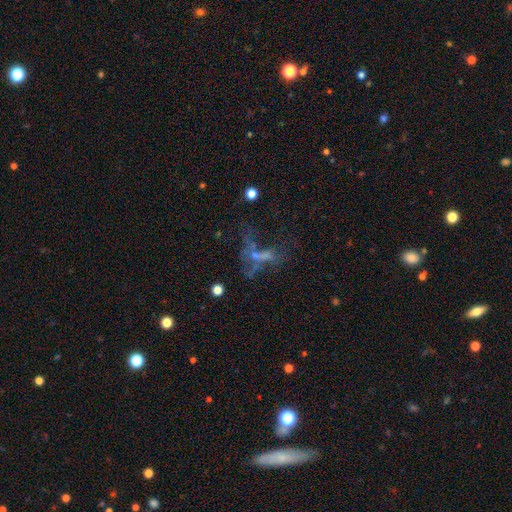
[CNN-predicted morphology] Overall: featured or disk (45%; star or artifact 31%). Merging: major disturbance (37%; none 33%).